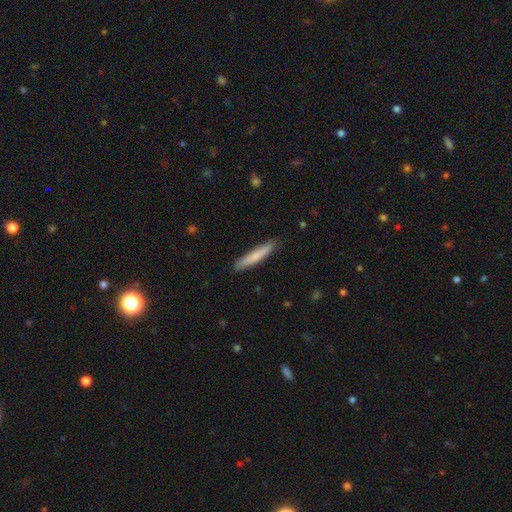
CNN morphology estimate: Smooth or featured? Predicted: smooth (p=0.71). How rounded? Predicted: cigar-shaped (p=0.93). Merging? Predicted: none (p=0.89).